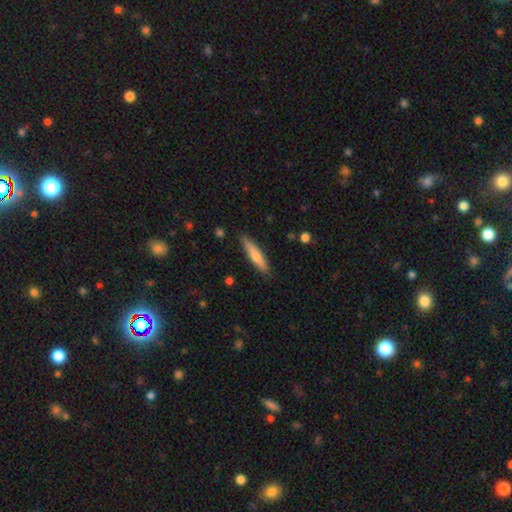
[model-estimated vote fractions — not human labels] Morphology: type=smooth (62%); roundness=cigar-shaped (89%); merging=none (89%).